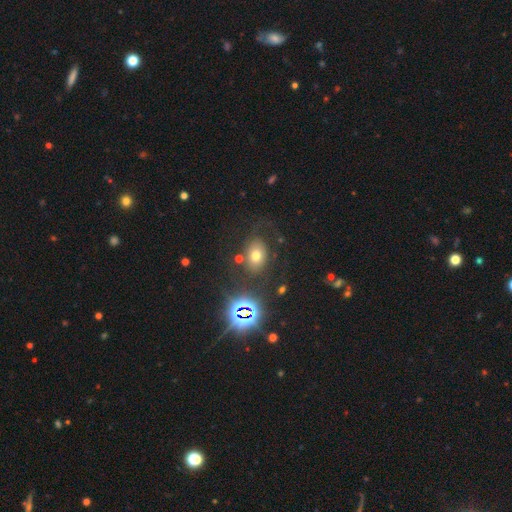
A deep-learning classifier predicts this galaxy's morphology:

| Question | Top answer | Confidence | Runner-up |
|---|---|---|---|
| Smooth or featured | smooth | 60% | star or artifact (23%) |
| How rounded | in between | 68% | round (31%) |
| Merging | none | 71% | minor disturbance (14%) |